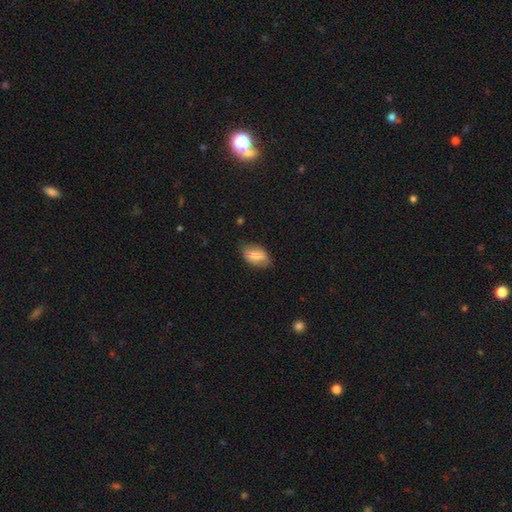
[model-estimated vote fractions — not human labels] This appears to be a smooth galaxy with no disk features (76%) that is in between round and cigar-shaped (91%). Merging: none (71%).